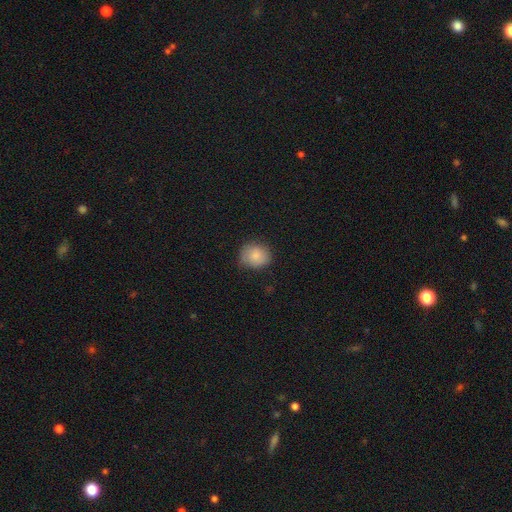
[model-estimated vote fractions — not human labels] smooth-or-featured: smooth: 83% | featured or disk: 10% | star or artifact: 7%
  how-rounded: round: 73% | in between: 26% | cigar-shaped: 1%
  merging: none: 70% | minor disturbance: 24% | major disturbance: 5% | merger: 1%